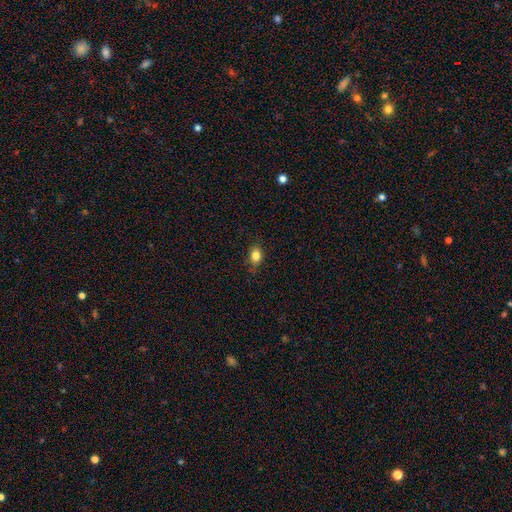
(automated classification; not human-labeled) Smooth or featured?
  - smooth: 82% *
  - star or artifact: 10%
  - featured or disk: 8%
How rounded?
  - in between: 67% *
  - round: 31%
  - cigar-shaped: 3%
Merging?
  - none: 79% *
  - minor disturbance: 16%
  - major disturbance: 3%
  - merger: 1%